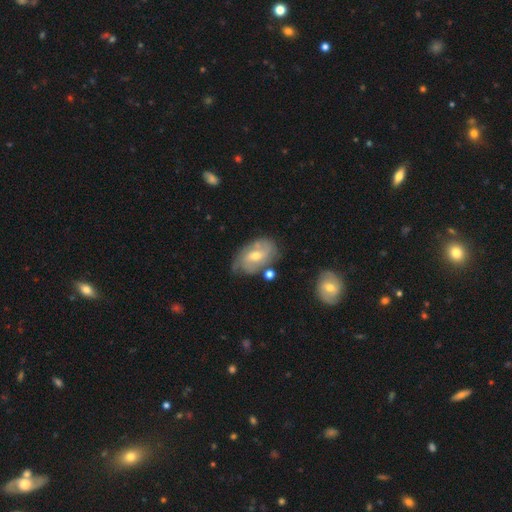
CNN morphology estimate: A featured or disk galaxy (68%) with no bar (46%), 2 (40%) tight (43%) spiral arms (81%) and a moderate central bulge (53%).

Vote fractions:
- Smooth or featured? featured or disk: 68% / smooth: 26% / star or artifact: 7%
- Edge-on disk? no: 95% / yes: 5%
- Bar? no: 46% / weak: 44% / strong: 10%
- Spiral arms? yes: 81% / no: 19%
- Spiral winding? tight: 43% / medium: 38% / loose: 20%
- Spiral arm count? 2: 40% / can't tell: 38% / 3: 11% / 1: 4% / 4: 4% / more than 4: 3%
- Bulge size? moderate: 53% / small: 43% / large: 2% / none: 1% / dominant: 1%
- Merging? none: 62% / minor disturbance: 24% / major disturbance: 8% / merger: 7%